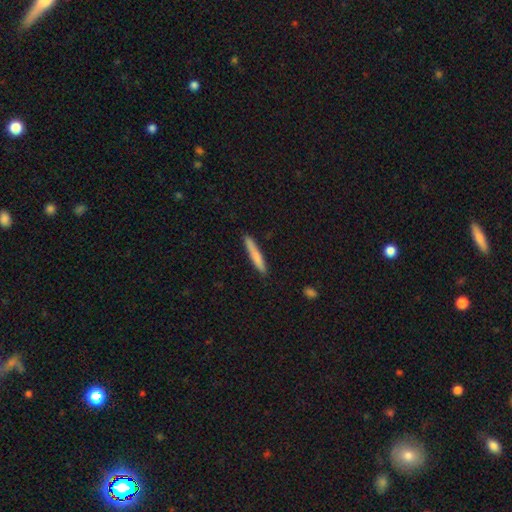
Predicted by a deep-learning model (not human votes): Morphology: type=smooth (75%); roundness=cigar-shaped (95%); merging=none (88%).